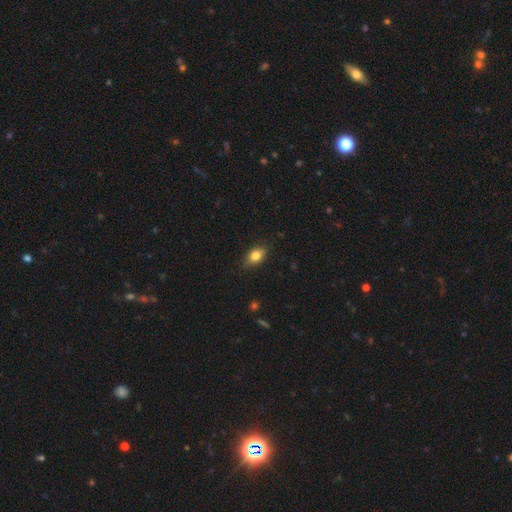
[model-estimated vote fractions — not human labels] A smooth galaxy with no disk features (78%) that is in between round and cigar-shaped (79%). Merging: none (81%).